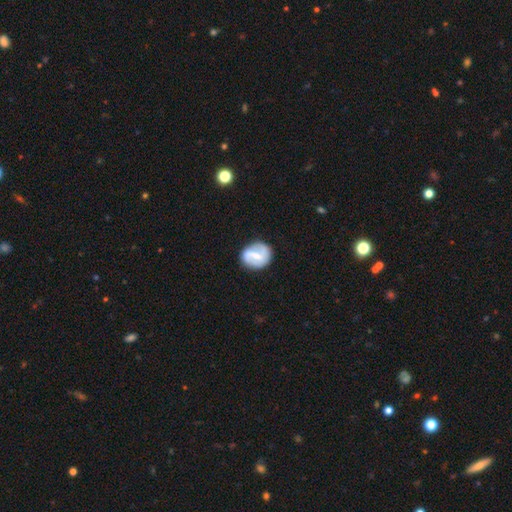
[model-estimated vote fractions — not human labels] This is likely a featured or disk galaxy (66%). It is clearly not viewed edge-on (97%). Bar: possibly weak (46%). Spiral arm pattern: clearly yes (82%). Spiral arm count: clearly 2 (82%). Spiral winding: marginally medium (40%). Central bulge: possibly small (52%). Merging: likely none (77%).